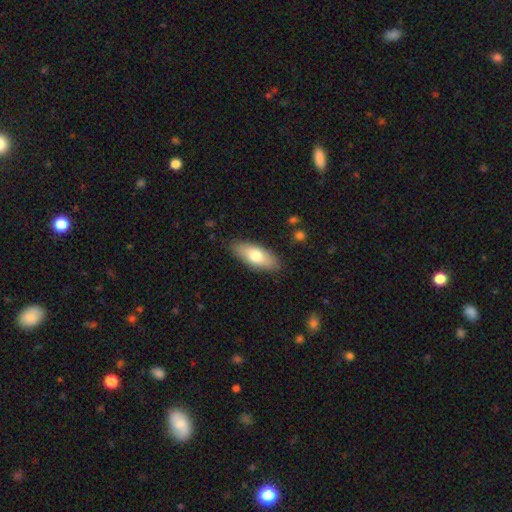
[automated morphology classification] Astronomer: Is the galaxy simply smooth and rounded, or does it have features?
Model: smooth — 73%.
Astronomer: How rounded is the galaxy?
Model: in between — 75%.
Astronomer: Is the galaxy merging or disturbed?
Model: none — 85%.